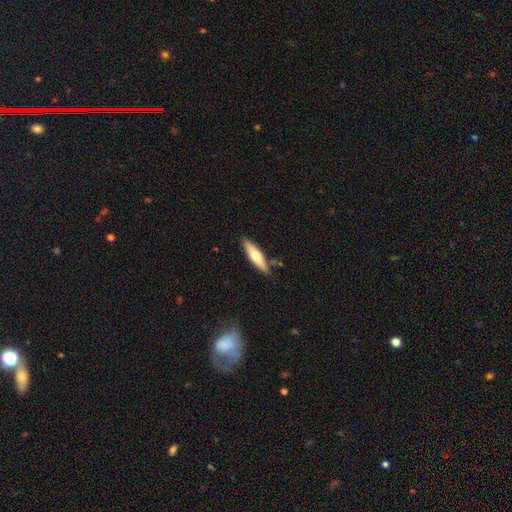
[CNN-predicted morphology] Smooth or featured? Predicted: smooth (p=0.52). How rounded? Predicted: cigar-shaped (p=0.65). Merging? Predicted: none (p=0.83).